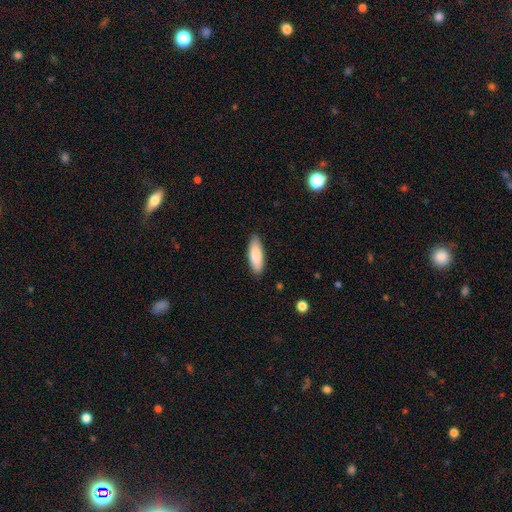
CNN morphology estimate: The model was most divided on "how rounded": in between: 58%, cigar-shaped: 40%, round: 1%. More confident: merging — none (87%); smooth or featured — smooth (87%).